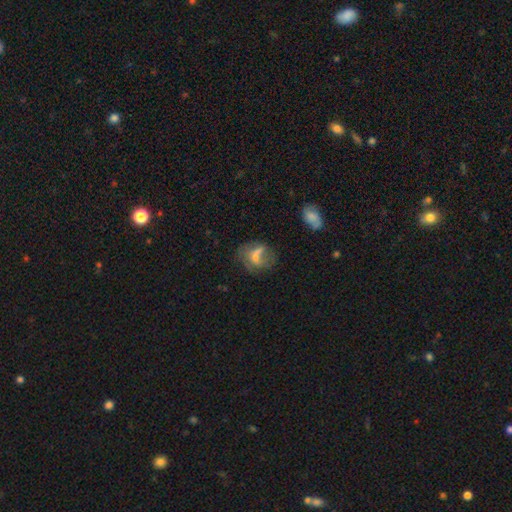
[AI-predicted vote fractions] Smooth or featured: smooth — 49% (featured or disk — 39%)
Merging: none — 40% (major disturbance — 28%)